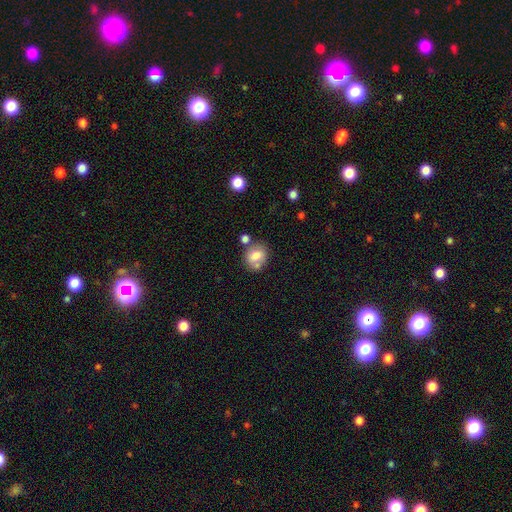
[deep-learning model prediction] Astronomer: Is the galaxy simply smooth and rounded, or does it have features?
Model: smooth — 73%.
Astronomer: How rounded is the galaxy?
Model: round — 66%.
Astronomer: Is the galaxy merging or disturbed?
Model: none — 61%.